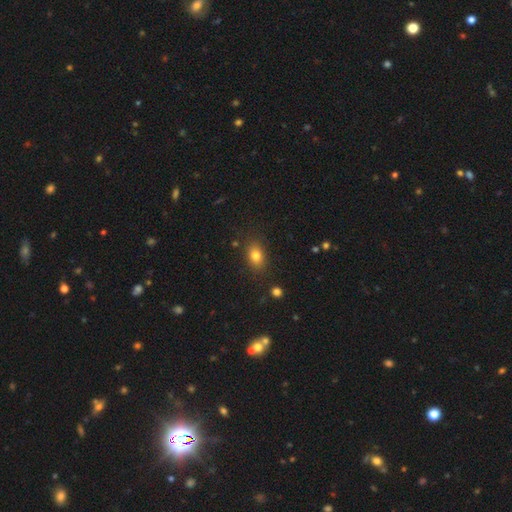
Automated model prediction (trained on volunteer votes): A smooth galaxy with no disk features (80%) that is in between round and cigar-shaped (75%).

Vote fractions:
- Smooth or featured? smooth: 80% / star or artifact: 11% / featured or disk: 8%
- How rounded? in between: 75% / round: 23% / cigar-shaped: 2%
- Merging? none: 83% / minor disturbance: 12% / major disturbance: 3% / merger: 2%